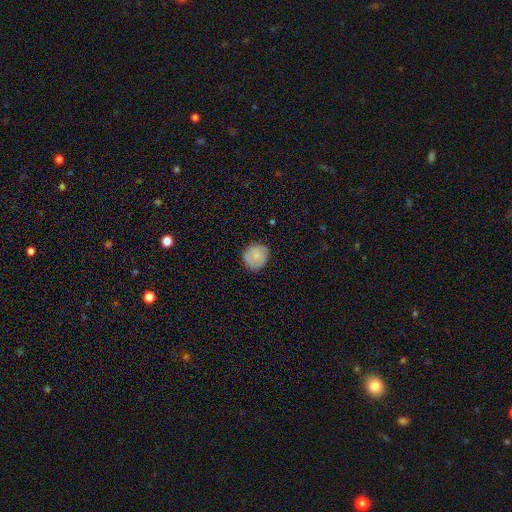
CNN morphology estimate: A smooth galaxy with no disk features (79%) that is round (87%).

Vote fractions:
- Smooth or featured? smooth: 79% / featured or disk: 13% / star or artifact: 7%
- How rounded? round: 87% / in between: 12% / cigar-shaped: 1%
- Merging? none: 80% / minor disturbance: 16% / major disturbance: 3% / merger: 1%